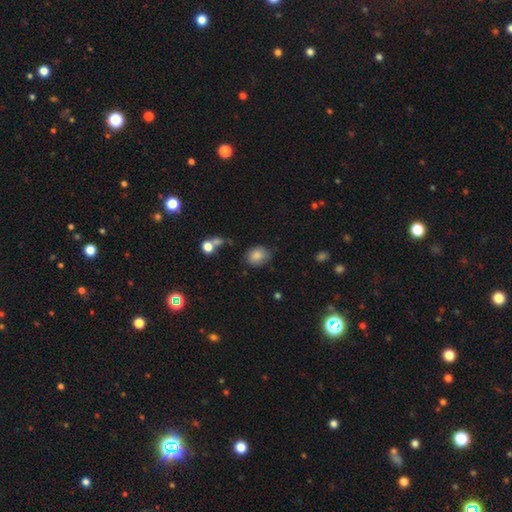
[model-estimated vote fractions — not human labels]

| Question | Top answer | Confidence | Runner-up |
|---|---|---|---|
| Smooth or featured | smooth | 84% | star or artifact (9%) |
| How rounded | in between | 51% | round (48%) |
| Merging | none | 71% | minor disturbance (21%) |